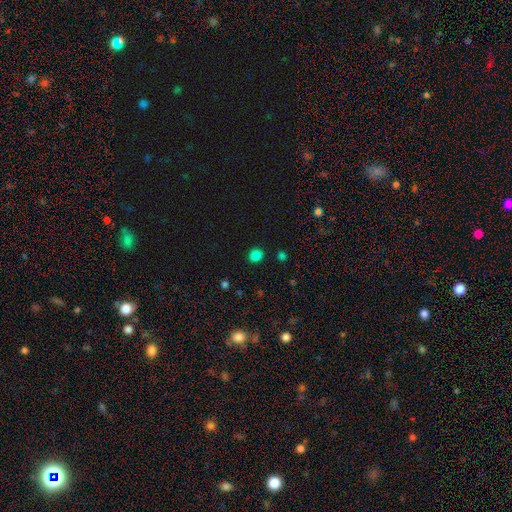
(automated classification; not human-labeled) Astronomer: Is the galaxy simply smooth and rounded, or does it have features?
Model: smooth — 82%.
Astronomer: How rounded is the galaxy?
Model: round — 80%.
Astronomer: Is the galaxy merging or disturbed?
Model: none — 89%.